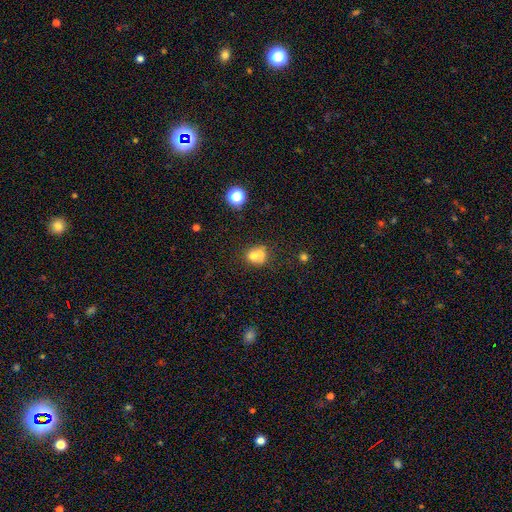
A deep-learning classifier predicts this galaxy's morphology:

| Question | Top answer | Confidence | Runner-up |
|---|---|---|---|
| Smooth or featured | smooth | 66% | featured or disk (20%) |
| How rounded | round | 71% | in between (28%) |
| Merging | merger | 52% | none (33%) |